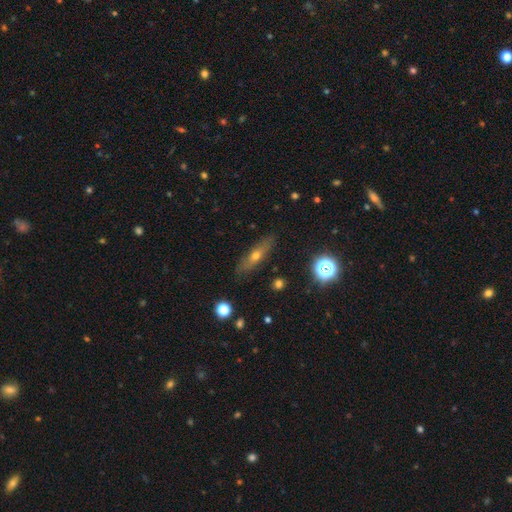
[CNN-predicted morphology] smooth-or-featured: featured or disk: 47% | smooth: 42% | star or artifact: 12%
  merging: none: 87% | minor disturbance: 9% | major disturbance: 2% | merger: 1%